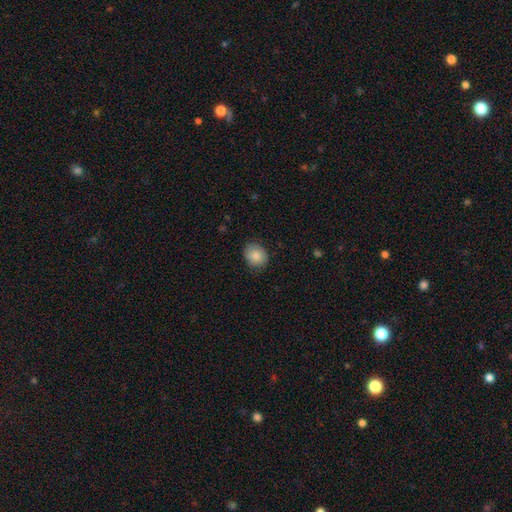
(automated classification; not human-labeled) smooth 85%, featured or disk 8%, star or artifact 7%. Down the decision tree: how rounded — round (62%); merging — none (82%).